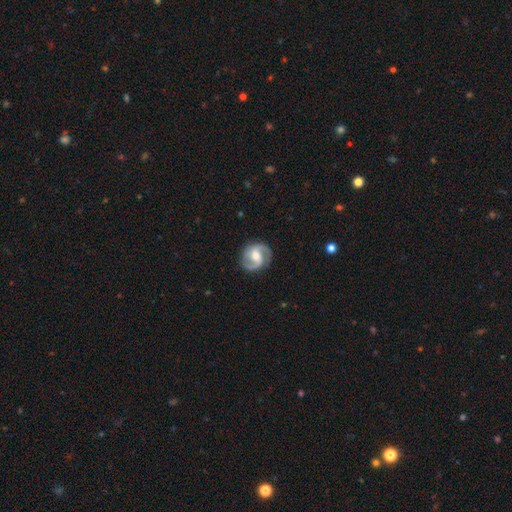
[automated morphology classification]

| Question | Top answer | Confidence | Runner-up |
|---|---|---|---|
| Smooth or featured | featured or disk | 88% | smooth (8%) |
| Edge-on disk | no | 98% | yes (2%) |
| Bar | weak | 48% | no (26%) |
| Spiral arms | yes | 96% | no (4%) |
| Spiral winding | medium | 55% | tight (25%) |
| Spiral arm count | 2 | 92% | can't tell (2%) |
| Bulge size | moderate | 67% | small (24%) |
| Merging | none | 85% | minor disturbance (11%) |